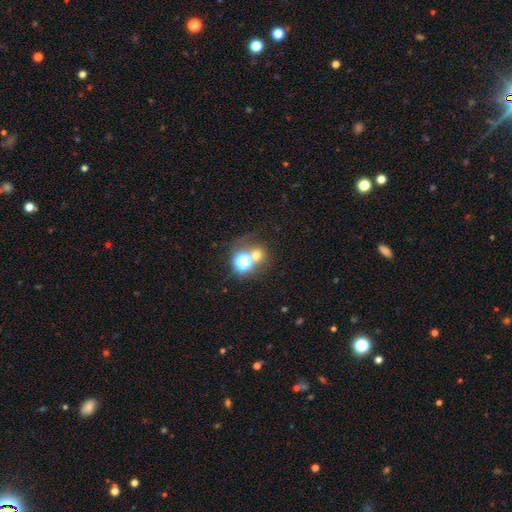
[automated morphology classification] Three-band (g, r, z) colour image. It shows a smooth galaxy with no disk features (59%) that is round (85%). Merging: none (55%).